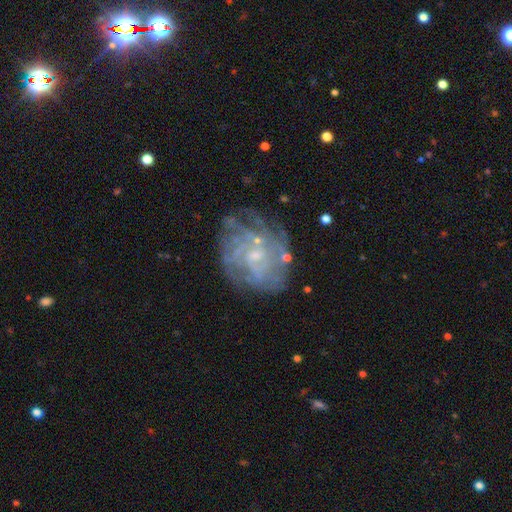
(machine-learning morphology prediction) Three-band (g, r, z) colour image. It shows a featured or disk galaxy (76%) with no bar (63%), tight (54%) spiral arms (72%) and a small central bulge (64%). Merging: none (62%).